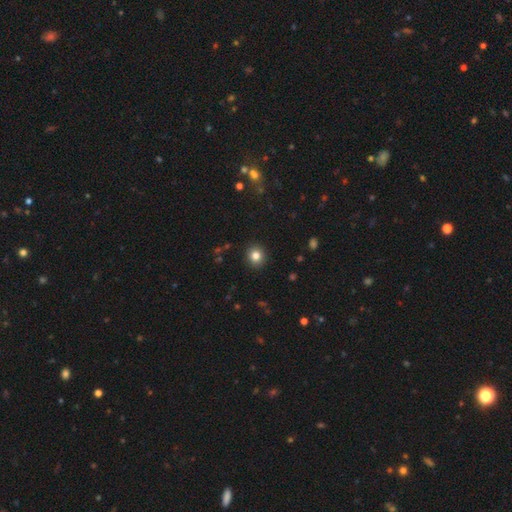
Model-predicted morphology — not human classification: A smooth galaxy with no disk features (82%) that is round (87%). Merging: none (92%).